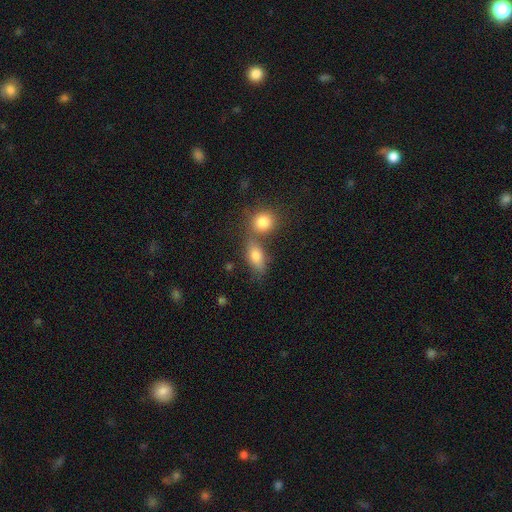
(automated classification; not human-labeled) A smooth galaxy with no disk features (77%) that is in between round and cigar-shaped (75%). Merging: none (45%).